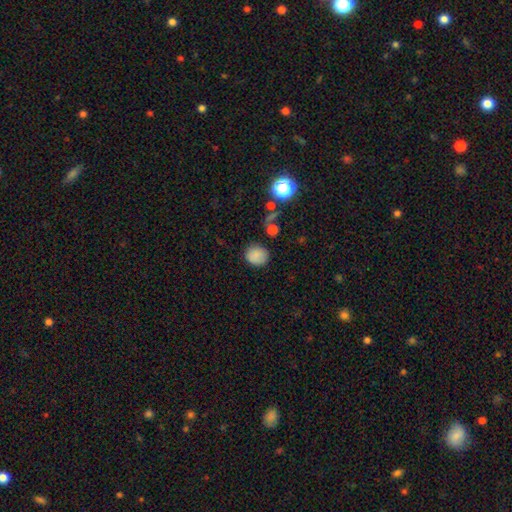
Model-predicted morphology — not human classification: Smooth or featured? Predicted: smooth (p=0.83). How rounded? Predicted: round (p=0.81). Merging? Predicted: none (p=0.82).